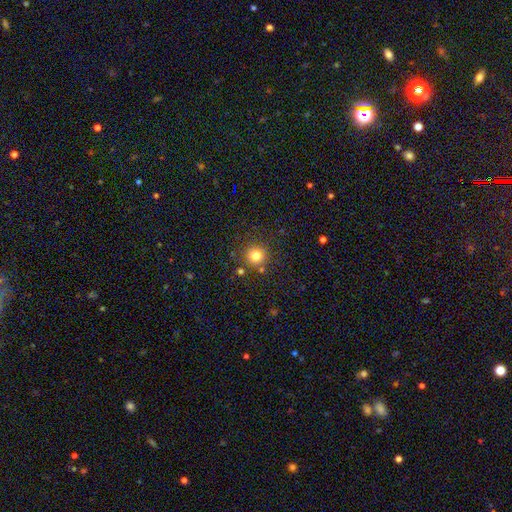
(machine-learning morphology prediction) Q: Smooth or featured?
A: smooth (80%); runner-up: star or artifact (13%)
Q: How rounded?
A: round (95%); runner-up: in between (4%)
Q: Merging?
A: none (85%); runner-up: minor disturbance (8%)